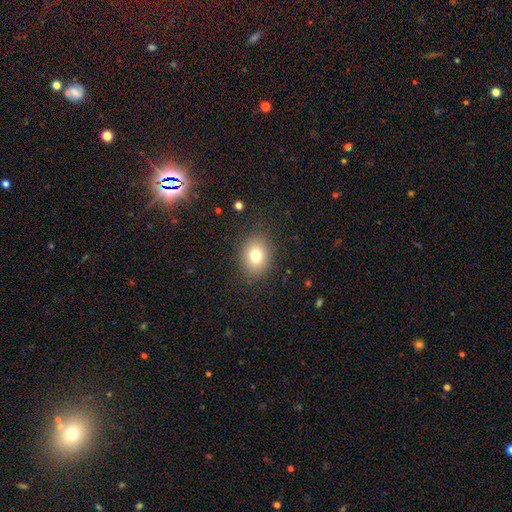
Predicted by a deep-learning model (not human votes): Q: Smooth or featured?
A: smooth (77%); runner-up: star or artifact (12%)
Q: How rounded?
A: in between (52%); runner-up: round (47%)
Q: Merging?
A: none (86%); runner-up: minor disturbance (9%)